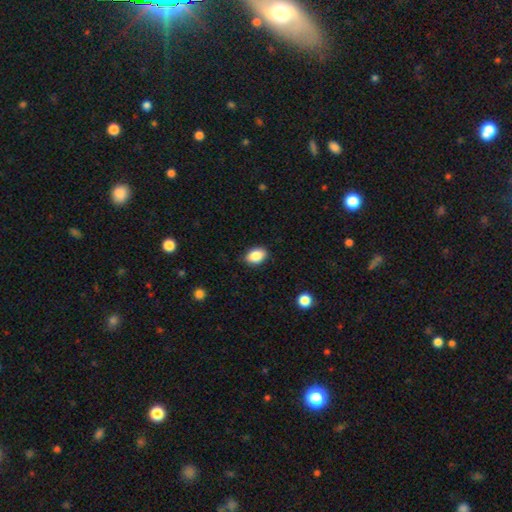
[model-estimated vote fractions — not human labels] Smooth or featured? Predicted: smooth (p=0.87). How rounded? Predicted: in between (p=0.84). Merging? Predicted: none (p=0.86).